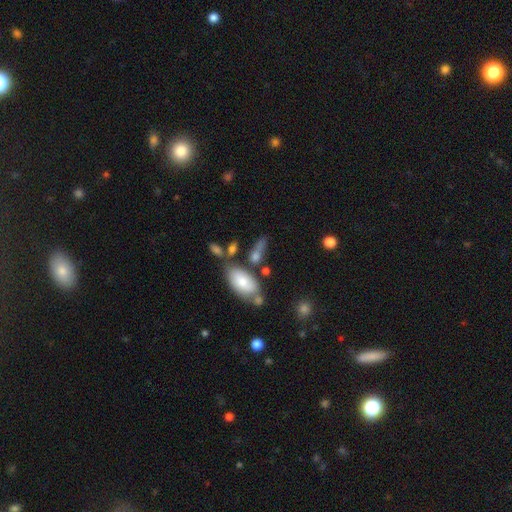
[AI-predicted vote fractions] A smooth galaxy with no disk features (66%) that is in between round and cigar-shaped (73%). Merging: none (46%).